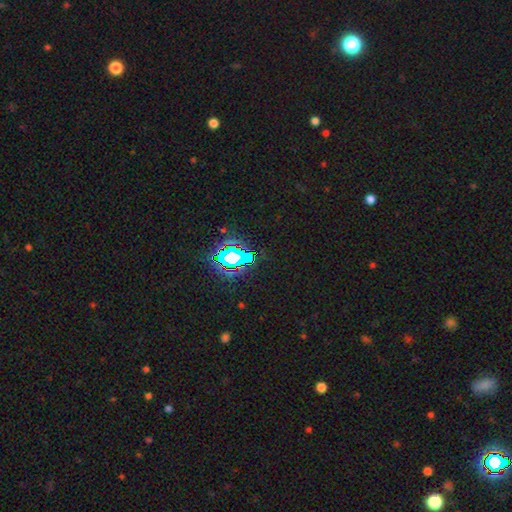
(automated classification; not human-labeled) Smooth or featured? Predicted: star or artifact (p=0.77).